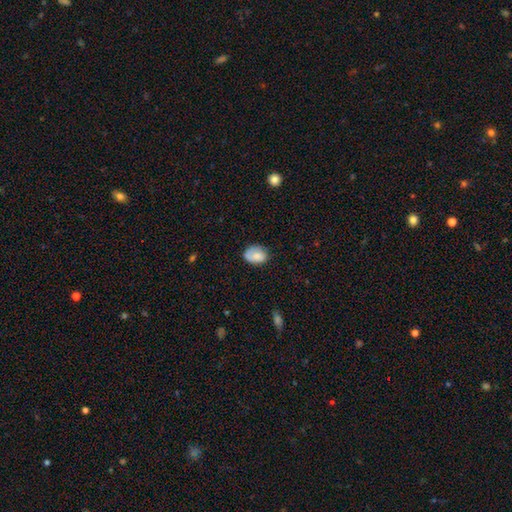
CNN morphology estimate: The model was most divided on "how rounded": in between: 66%, round: 33%, cigar-shaped: 1%. More confident: smooth or featured — smooth (75%); merging — none (61%).